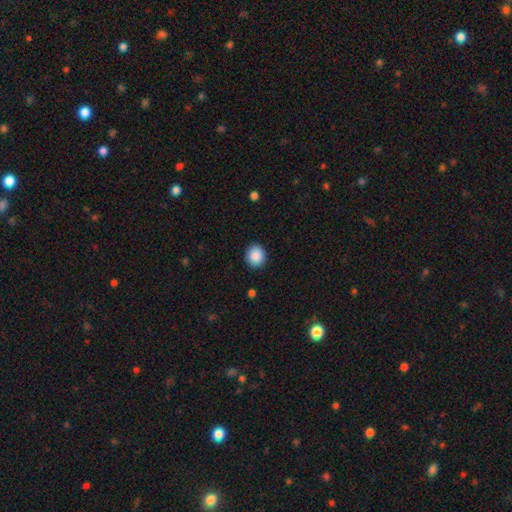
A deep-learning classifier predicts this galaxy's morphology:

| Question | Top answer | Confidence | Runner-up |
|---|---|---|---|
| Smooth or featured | smooth | 89% | star or artifact (8%) |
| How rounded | round | 83% | in between (16%) |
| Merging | none | 90% | minor disturbance (7%) |